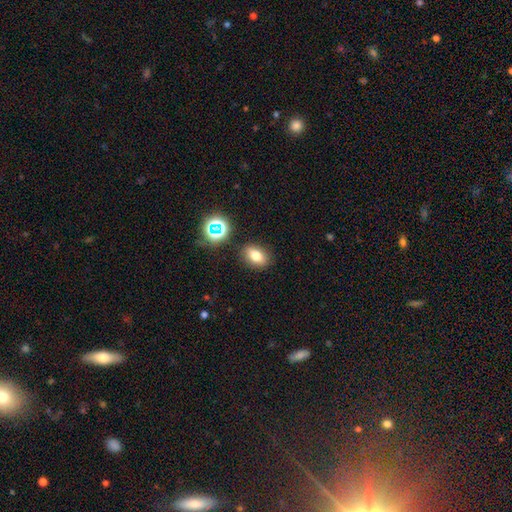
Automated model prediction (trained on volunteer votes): Morphology: type=smooth (72%); roundness=in between (74%); merging=none (85%).